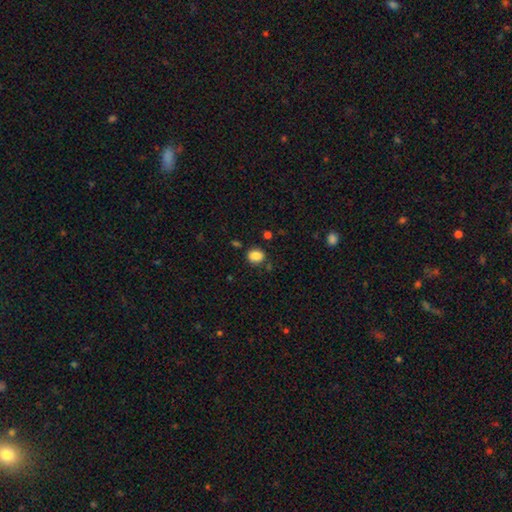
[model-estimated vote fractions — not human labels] Morphology: type=smooth (86%); roundness=round (60%); merging=none (82%).